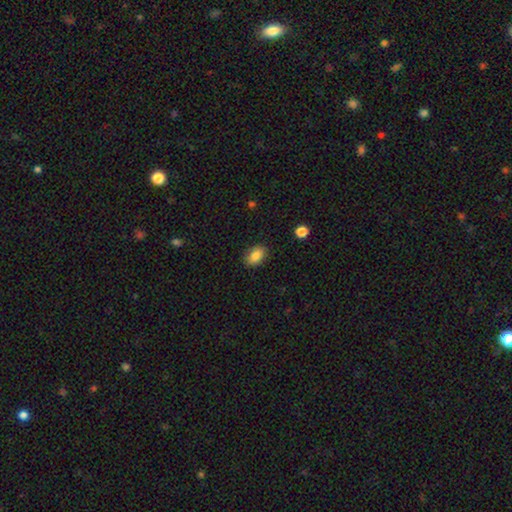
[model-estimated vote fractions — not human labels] Smooth or featured? smooth (85%)
How rounded? in between (86%)
Merging? none (87%)